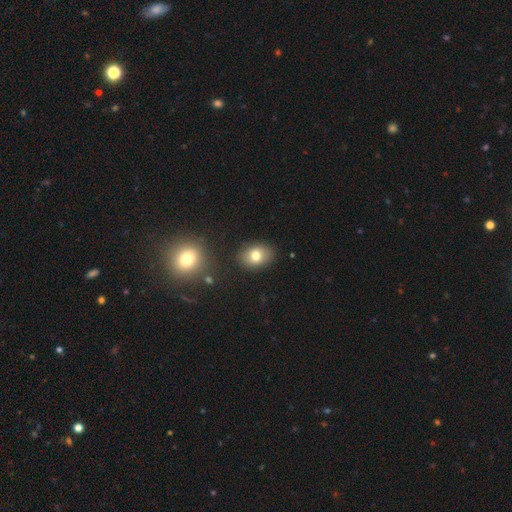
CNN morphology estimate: type=smooth (77%); roundness=in between (72%); merging=none (86%).